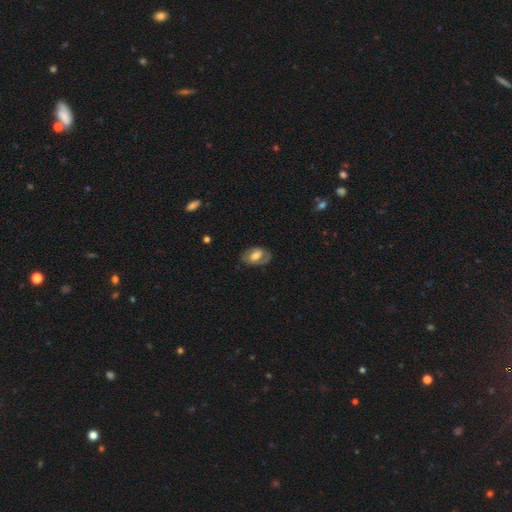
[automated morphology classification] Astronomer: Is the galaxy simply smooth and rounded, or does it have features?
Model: featured or disk — 52% (runner-up: smooth, 41%).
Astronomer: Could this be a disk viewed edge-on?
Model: no — 93%.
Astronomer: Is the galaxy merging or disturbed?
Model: none — 73%.